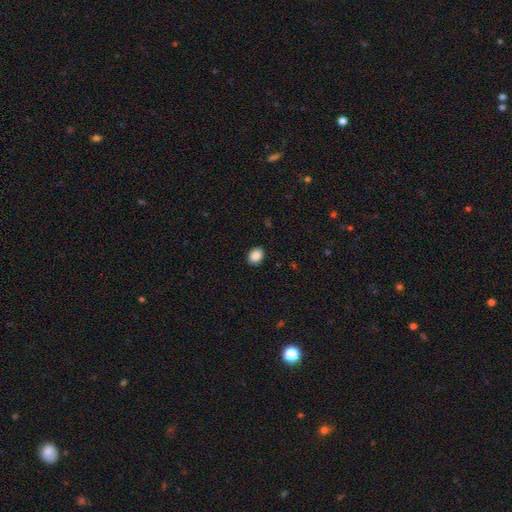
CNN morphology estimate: Smooth or featured?
  - smooth: 89% *
  - star or artifact: 8%
  - featured or disk: 3%
How rounded?
  - in between: 54% *
  - round: 45%
  - cigar-shaped: 1%
Merging?
  - none: 90% *
  - minor disturbance: 7%
  - major disturbance: 2%
  - merger: 1%